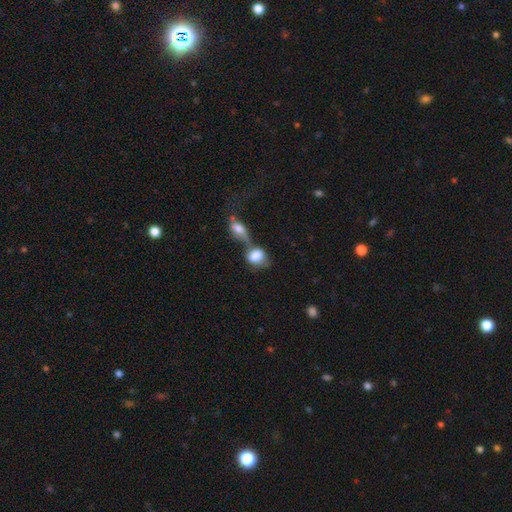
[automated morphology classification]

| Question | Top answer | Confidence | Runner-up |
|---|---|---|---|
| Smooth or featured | smooth | 75% | featured or disk (17%) |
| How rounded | in between | 61% | round (37%) |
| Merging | merger | 68% | none (15%) |